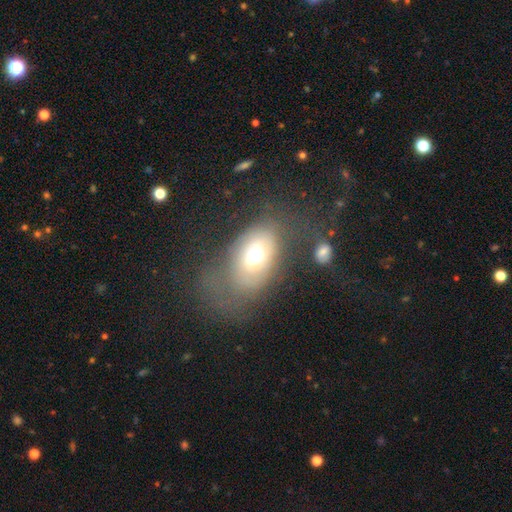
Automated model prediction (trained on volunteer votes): Smooth or featured? Predicted: smooth (p=0.63). How rounded? Predicted: in between (p=0.82). Merging? Predicted: none (p=0.42).